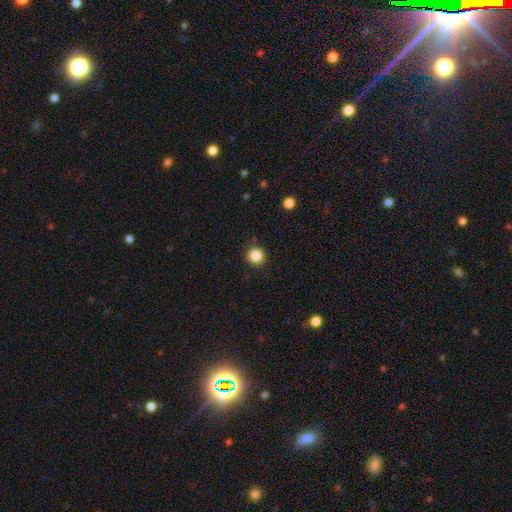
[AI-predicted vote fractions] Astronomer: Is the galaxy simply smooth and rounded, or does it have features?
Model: smooth — 85%.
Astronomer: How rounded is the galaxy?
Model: round — 94%.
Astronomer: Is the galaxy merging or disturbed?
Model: none — 91%.